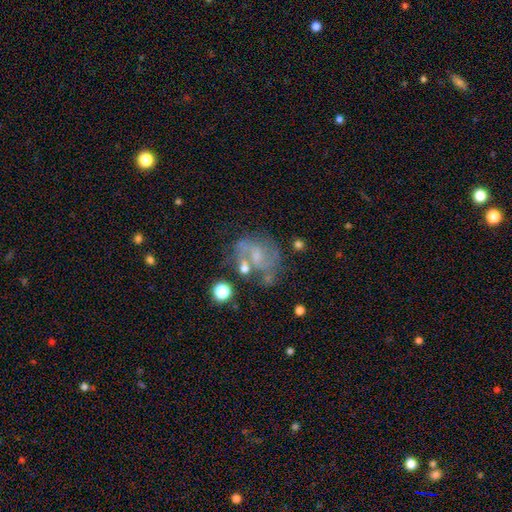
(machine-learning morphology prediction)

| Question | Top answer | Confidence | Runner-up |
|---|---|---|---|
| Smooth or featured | featured or disk | 67% | smooth (20%) |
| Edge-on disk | no | 97% | yes (3%) |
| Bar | no | 45% | weak (43%) |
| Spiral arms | yes | 75% | no (25%) |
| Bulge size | small | 48% | none (24%) |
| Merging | none | 50% | minor disturbance (21%) |